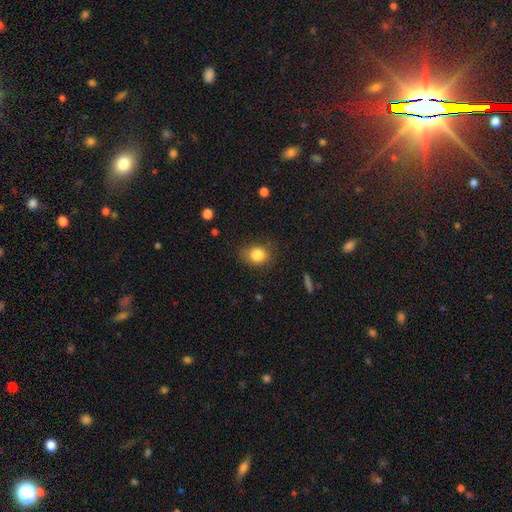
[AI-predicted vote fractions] A smooth galaxy with no disk features (83%) that is round (60%). Merging: none (76%).